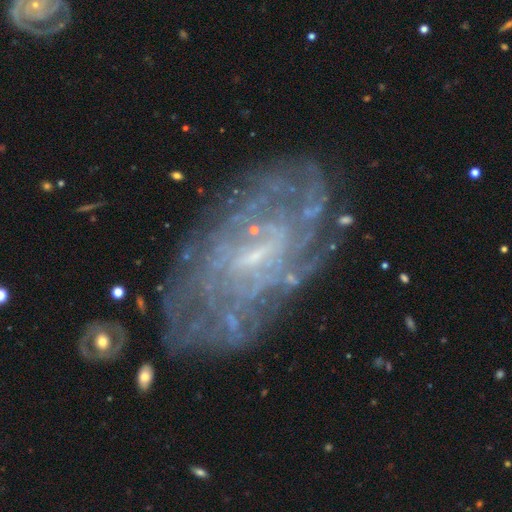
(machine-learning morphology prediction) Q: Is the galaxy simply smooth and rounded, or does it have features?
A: featured or disk — 81%.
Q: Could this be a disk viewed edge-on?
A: no — 95%.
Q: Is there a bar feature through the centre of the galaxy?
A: weak — 51%.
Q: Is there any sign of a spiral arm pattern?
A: yes — 80%.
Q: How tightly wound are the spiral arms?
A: tight — 66%.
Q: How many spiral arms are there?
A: can't tell — 61%.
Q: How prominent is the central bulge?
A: small — 67%.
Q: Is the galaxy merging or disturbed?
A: none — 72%.